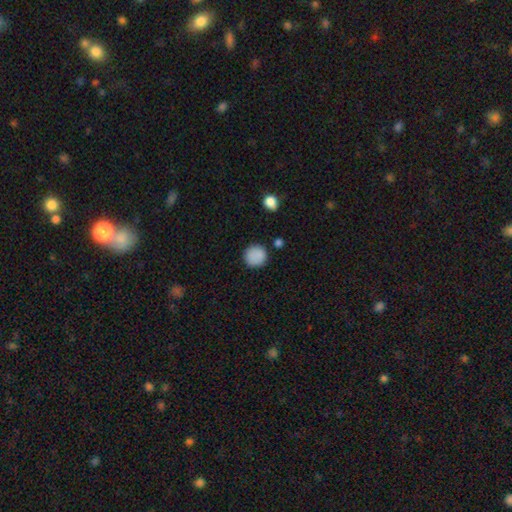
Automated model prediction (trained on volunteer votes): smooth 87%, star or artifact 9%, featured or disk 4%. Down the decision tree: how rounded — round (94%); merging — none (88%).